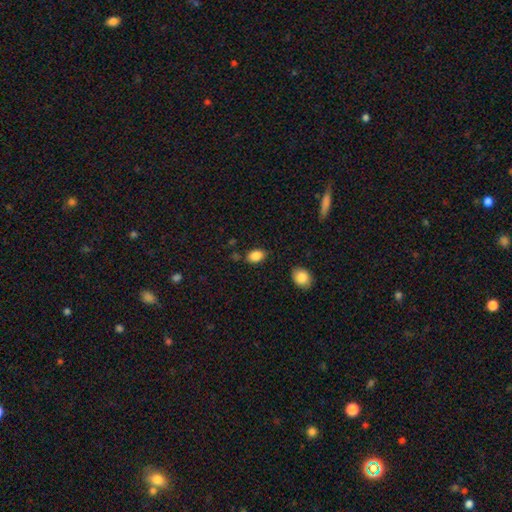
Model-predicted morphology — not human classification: Smooth or featured: smooth — 87% (star or artifact — 9%)
How rounded: in between — 82% (round — 17%)
Merging: none — 79% (minor disturbance — 15%)